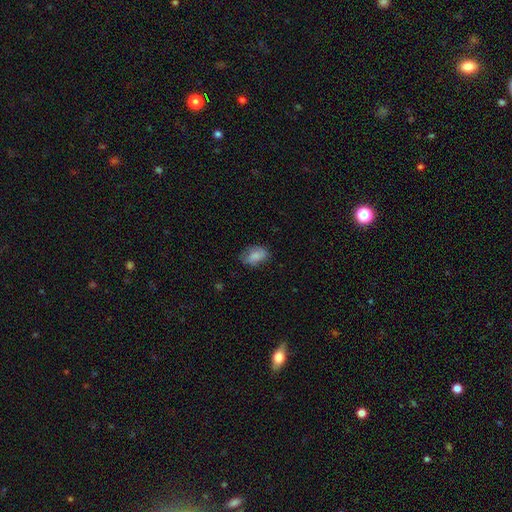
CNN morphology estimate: Smooth or featured? Predicted: smooth (p=0.77). How rounded? Predicted: in between (p=0.84). Merging? Predicted: none (p=0.63).